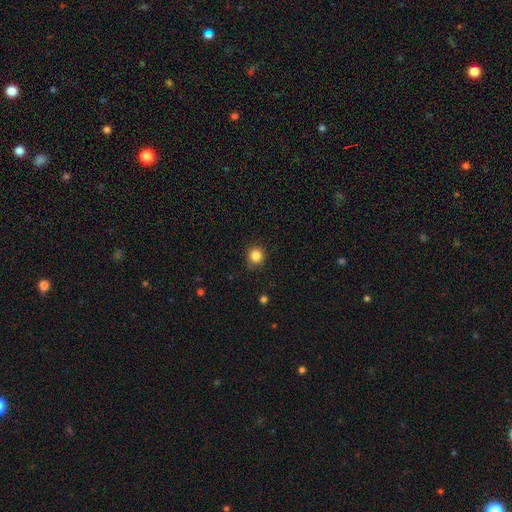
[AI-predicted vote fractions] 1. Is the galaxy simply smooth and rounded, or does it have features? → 85% smooth, 11% star or artifact, 4% featured or disk.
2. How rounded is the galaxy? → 93% round, 6% in between, 1% cigar-shaped.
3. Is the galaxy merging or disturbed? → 87% none, 10% minor disturbance, 2% major disturbance, 1% merger.